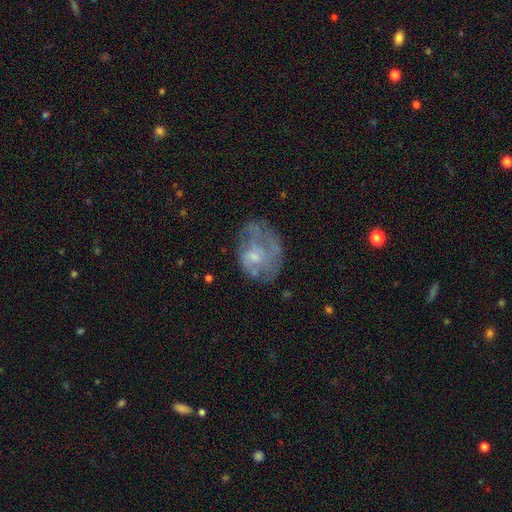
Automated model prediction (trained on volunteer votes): featured or disk 54%, smooth 37%, star or artifact 9%. Down the decision tree: edge-on disk — no (97%); bar — no (70%); spiral arms — no (58%); bulge size — small (43%); merging — none (44%).